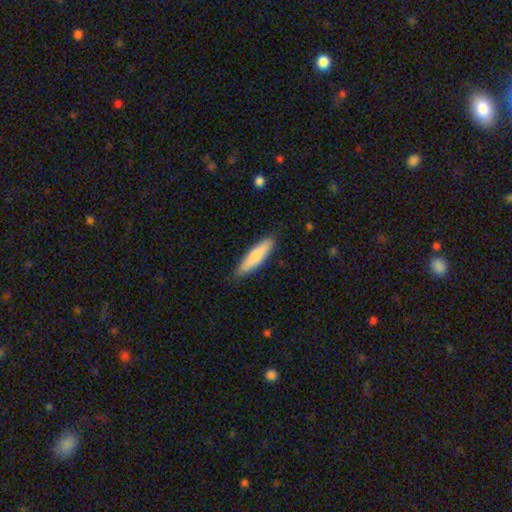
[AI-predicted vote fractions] Q: Smooth or featured?
A: smooth (75%); runner-up: featured or disk (20%)
Q: How rounded?
A: cigar-shaped (72%); runner-up: in between (27%)
Q: Merging?
A: none (85%); runner-up: minor disturbance (12%)